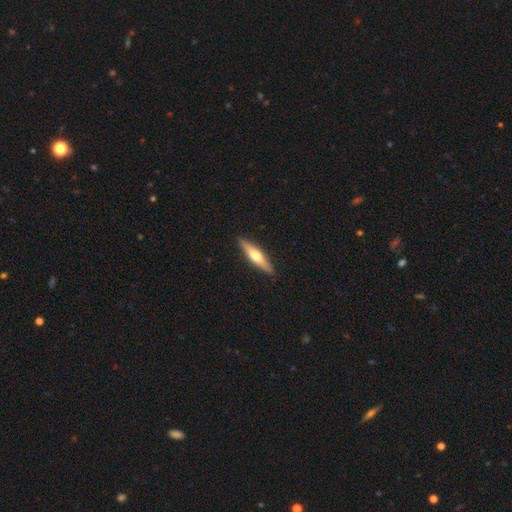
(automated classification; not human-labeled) This appears to be a featured or disk galaxy (55%) viewed edge-on (95%) with a rounded central bulge (92%). Merging: none (91%).